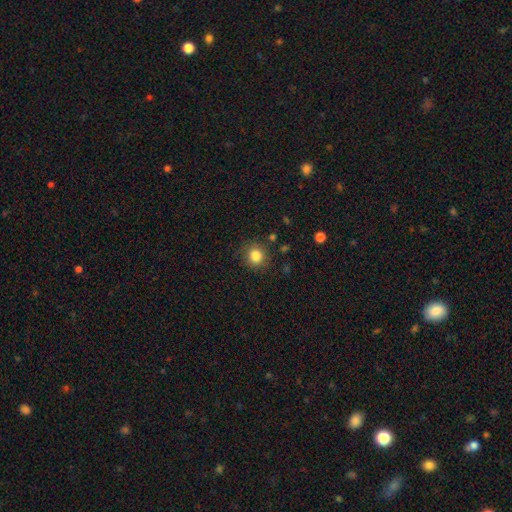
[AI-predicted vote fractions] Smooth or featured? Predicted: smooth (p=0.84). How rounded? Predicted: round (p=0.89). Merging? Predicted: none (p=0.86).